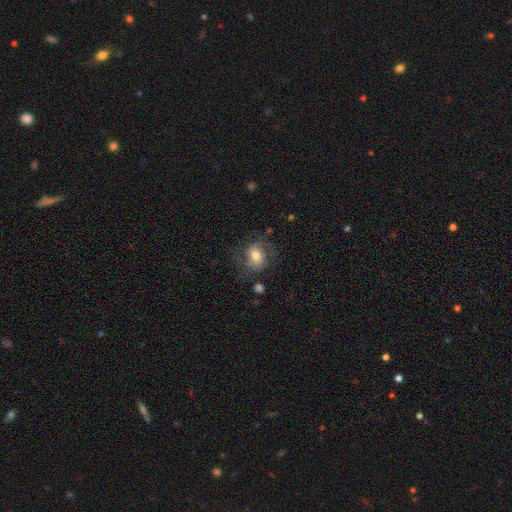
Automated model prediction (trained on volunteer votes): Smooth or featured: featured or disk — 54% (smooth — 37%)
Edge-on disk: no — 97% (yes — 3%)
Bar: no — 54% (weak — 35%)
Spiral arms: yes — 86% (no — 14%)
Bulge size: moderate — 64% (large — 17%)
Merging: none — 62% (minor disturbance — 20%)